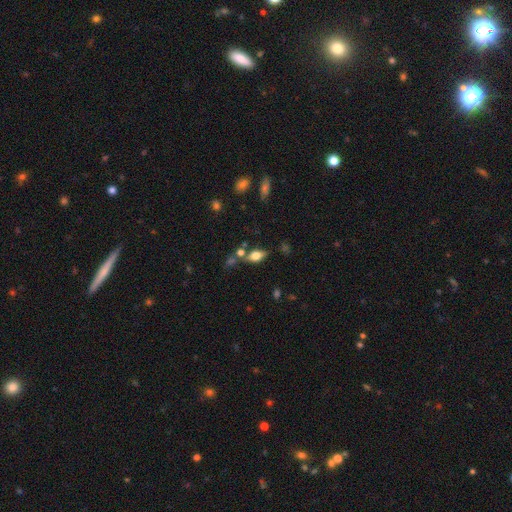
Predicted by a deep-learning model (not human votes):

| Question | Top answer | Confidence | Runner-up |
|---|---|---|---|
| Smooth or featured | smooth | 70% | featured or disk (21%) |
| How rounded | in between | 85% | cigar-shaped (9%) |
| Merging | none | 66% | minor disturbance (15%) |